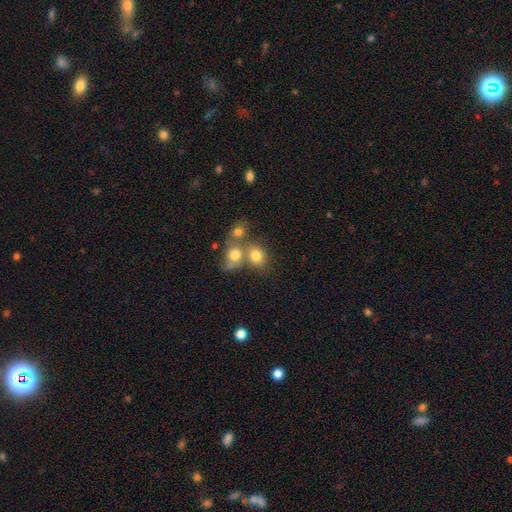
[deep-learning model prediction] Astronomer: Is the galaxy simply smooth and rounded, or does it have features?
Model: smooth — 76%.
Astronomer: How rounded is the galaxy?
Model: round — 59% (runner-up: in between, 39%).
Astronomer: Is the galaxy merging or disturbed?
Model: merger — 46% (runner-up: none, 39%).